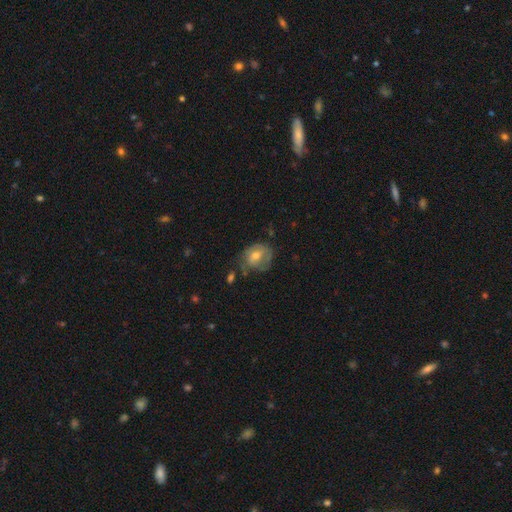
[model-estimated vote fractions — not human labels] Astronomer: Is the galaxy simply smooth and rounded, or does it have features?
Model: featured or disk — 48% (runner-up: smooth, 43%).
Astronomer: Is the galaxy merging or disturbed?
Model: none — 55%.